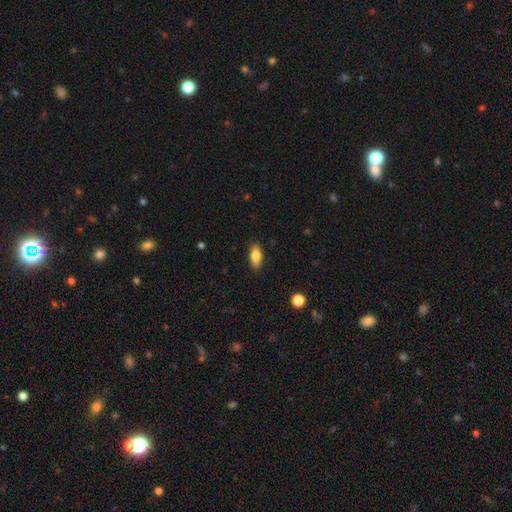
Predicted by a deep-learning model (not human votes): smooth-or-featured: smooth: 82% | featured or disk: 10% | star or artifact: 7%
  how-rounded: in between: 82% | cigar-shaped: 15% | round: 3%
  merging: none: 86% | minor disturbance: 10% | major disturbance: 2% | merger: 1%